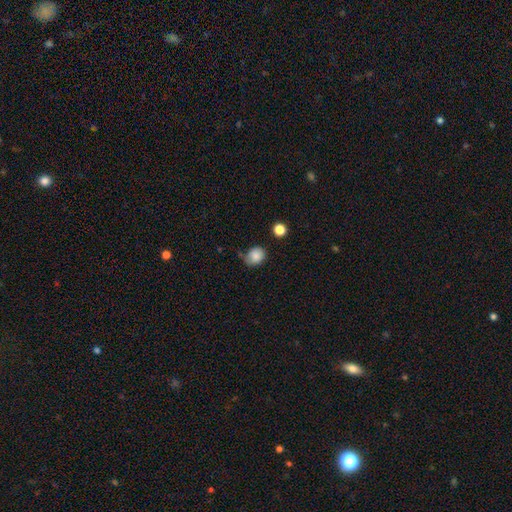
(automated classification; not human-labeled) Smooth or featured? smooth (84%)
How rounded? round (61%)
Merging? none (57%)